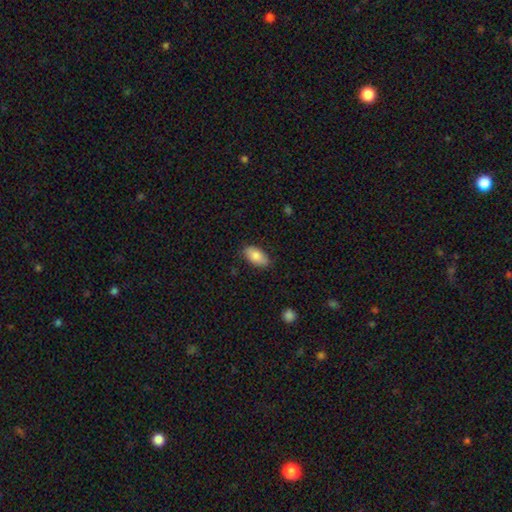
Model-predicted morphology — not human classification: Smooth or featured?
  - smooth: 83% *
  - featured or disk: 11%
  - star or artifact: 7%
How rounded?
  - in between: 93% *
  - cigar-shaped: 4%
  - round: 3%
Merging?
  - none: 84% *
  - minor disturbance: 13%
  - major disturbance: 2%
  - merger: 1%